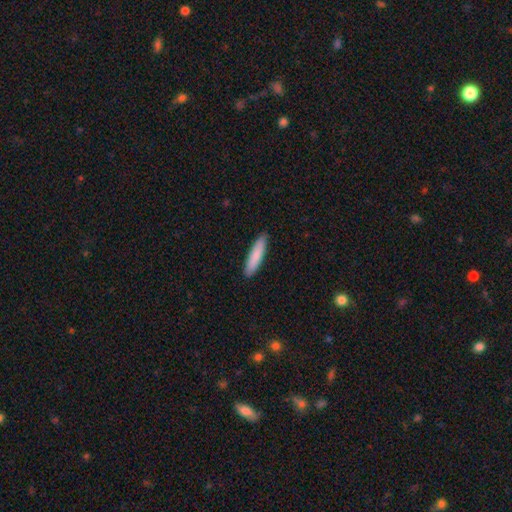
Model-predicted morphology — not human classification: smooth_or_featured: smooth (p=0.85) [alt: featured or disk p=0.10]
how_rounded: cigar-shaped (p=0.84) [alt: in between p=0.15]
merging: none (p=0.90) [alt: minor disturbance p=0.07]